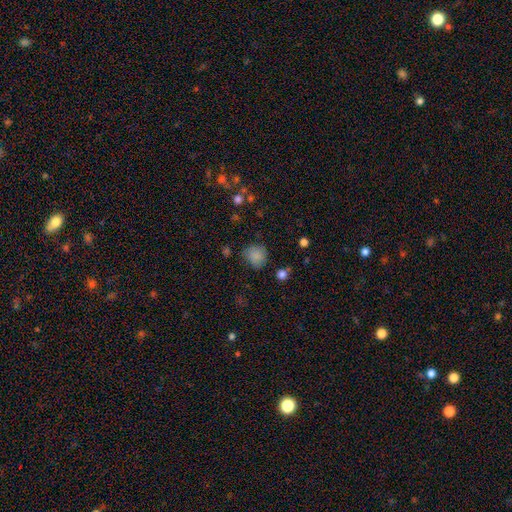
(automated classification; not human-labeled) A smooth galaxy with no disk features (82%) that is round (80%).

Vote fractions:
- Smooth or featured? smooth: 82% / star or artifact: 11% / featured or disk: 6%
- How rounded? round: 80% / in between: 19% / cigar-shaped: 1%
- Merging? none: 70% / minor disturbance: 21% / major disturbance: 6% / merger: 3%